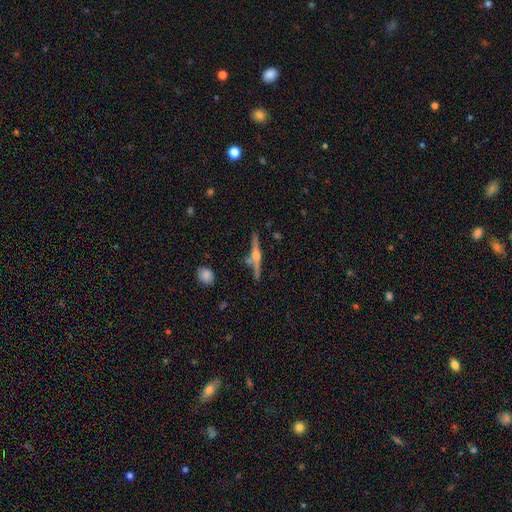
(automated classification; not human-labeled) featured or disk 79%, smooth 15%, star or artifact 7%. Down the decision tree: edge-on disk — yes (98%); edge-on bulge — rounded (90%); merging — none (78%).